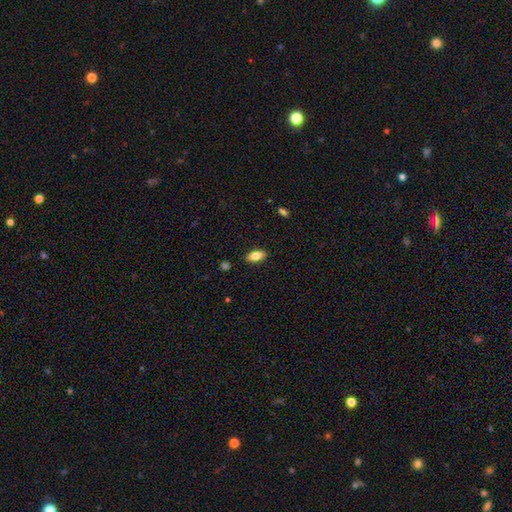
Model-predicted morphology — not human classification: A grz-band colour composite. It shows a smooth galaxy with no disk features (75%) that is in between round and cigar-shaped (86%). Merging: none (88%).